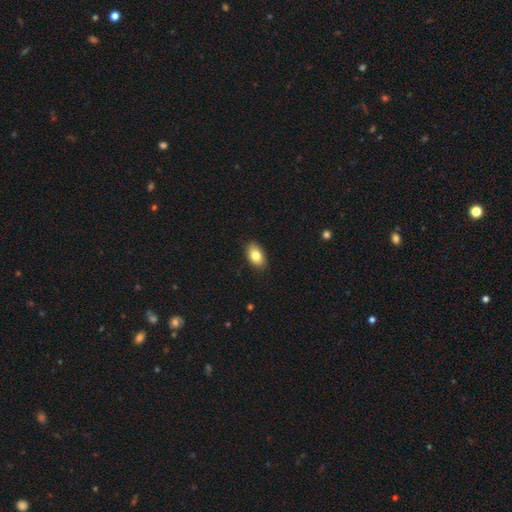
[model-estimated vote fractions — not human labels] A smooth galaxy with no disk features (81%) that is in between round and cigar-shaped (90%).

Vote fractions:
- Smooth or featured? smooth: 81% / featured or disk: 12% / star or artifact: 8%
- How rounded? in between: 90% / round: 9% / cigar-shaped: 2%
- Merging? none: 88% / minor disturbance: 9% / major disturbance: 2% / merger: 1%